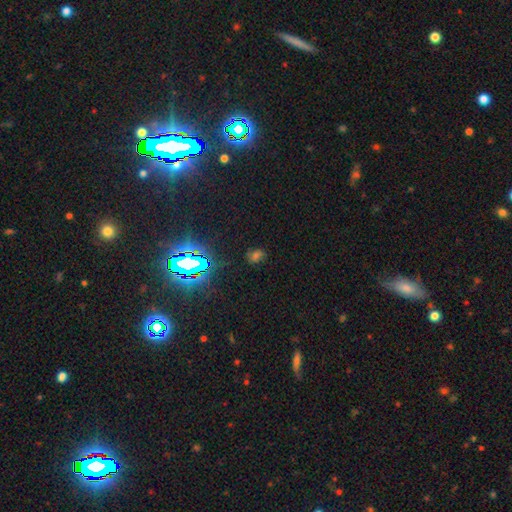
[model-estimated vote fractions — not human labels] Smooth or featured: star or artifact — 53% (smooth — 37%)